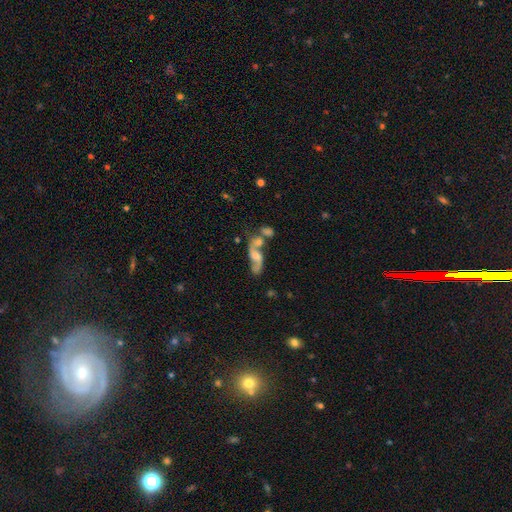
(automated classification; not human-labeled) Smooth or featured? Predicted: featured or disk (p=0.75). Edge-on disk? Predicted: no (p=0.91). Bar? Predicted: no (p=0.54). Spiral arms? Predicted: yes (p=0.91). Spiral winding? Predicted: loose (p=0.71). Spiral arm count? Predicted: 2 (p=0.89). Bulge size? Predicted: moderate (p=0.44). Merging? Predicted: merger (p=0.39).